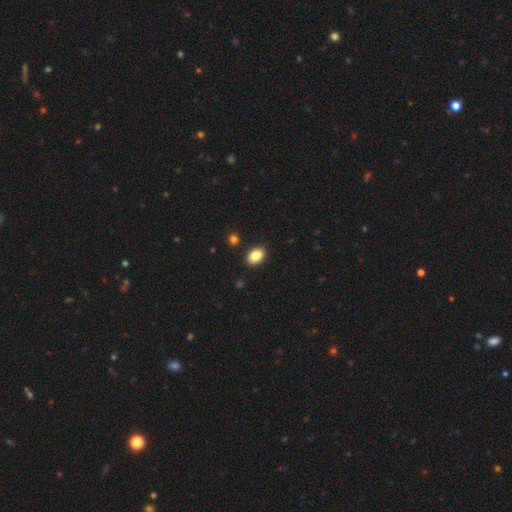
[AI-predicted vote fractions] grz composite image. It shows a smooth galaxy with no disk features (87%) that is in between round and cigar-shaped (81%). Merging: none (88%).